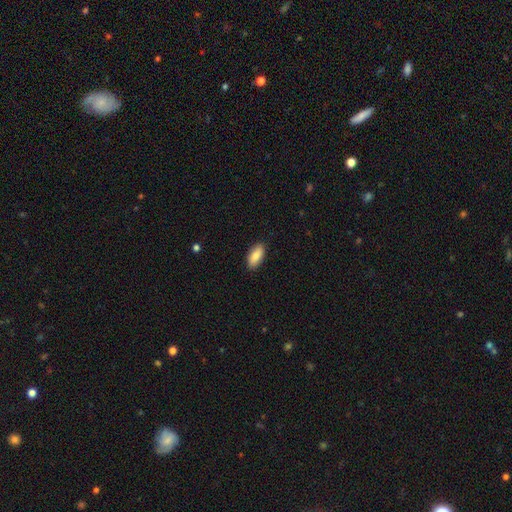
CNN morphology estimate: The model was most divided on "how rounded": in between: 87%, cigar-shaped: 11%, round: 2%. More confident: merging — none (88%); smooth or featured — smooth (85%).